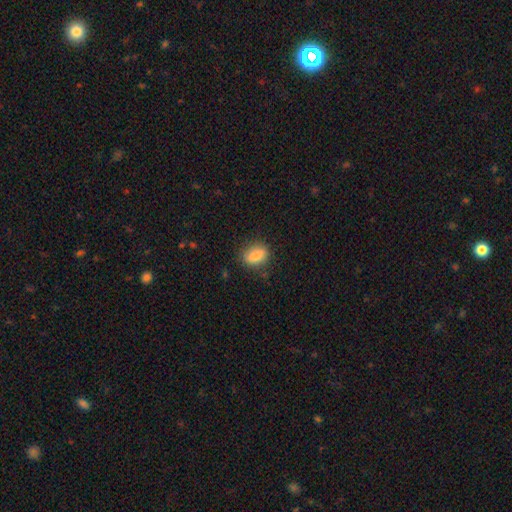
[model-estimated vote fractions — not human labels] smooth-or-featured: smooth: 82% | featured or disk: 10% | star or artifact: 8%
  how-rounded: in between: 75% | round: 19% | cigar-shaped: 6%
  merging: none: 81% | minor disturbance: 14% | major disturbance: 4% | merger: 1%